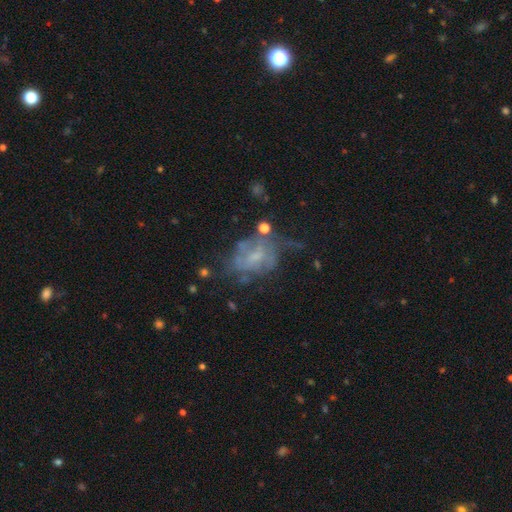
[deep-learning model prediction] Smooth or featured?
  - featured or disk: 62% *
  - smooth: 25%
  - star or artifact: 13%
Edge-on disk?
  - no: 97% *
  - yes: 3%
Bar?
  - no: 56% *
  - weak: 36%
  - strong: 8%
Spiral arms?
  - no: 52% *
  - yes: 48%
Bulge size?
  - small: 42% *
  - none: 30%
  - moderate: 25%
  - large: 3%
  - dominant: 1%
Merging?
  - none: 36% *
  - major disturbance: 32%
  - minor disturbance: 24%
  - merger: 9%